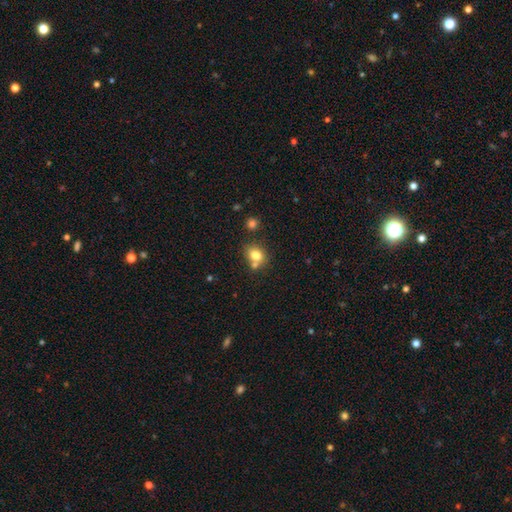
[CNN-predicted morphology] smooth-or-featured: smooth: 78% | star or artifact: 11% | featured or disk: 11%
  how-rounded: round: 60% | in between: 39% | cigar-shaped: 1%
  merging: none: 55% | merger: 29% | minor disturbance: 12% | major disturbance: 4%